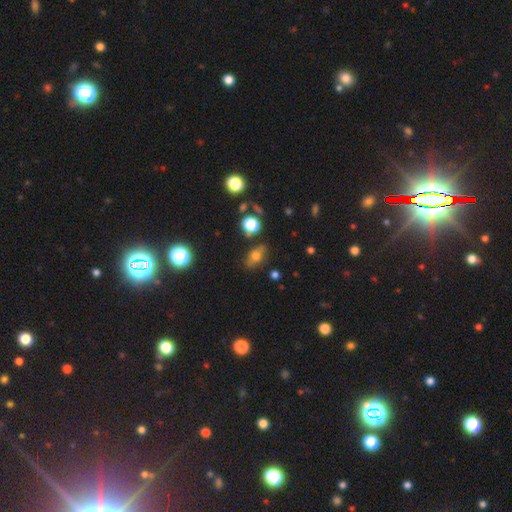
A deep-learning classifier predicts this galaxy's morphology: This appears to be a smooth galaxy with no disk features (60%) that is in between round and cigar-shaped (71%). Merging: none (70%).